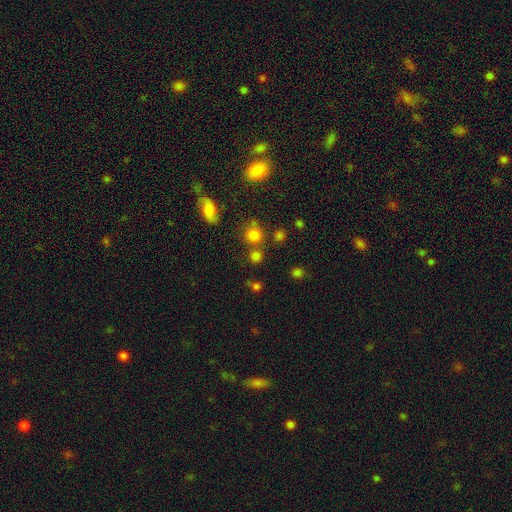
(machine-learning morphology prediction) Q: Smooth or featured?
A: smooth (74%); runner-up: star or artifact (19%)
Q: How rounded?
A: round (87%); runner-up: in between (12%)
Q: Merging?
A: none (69%); runner-up: merger (17%)